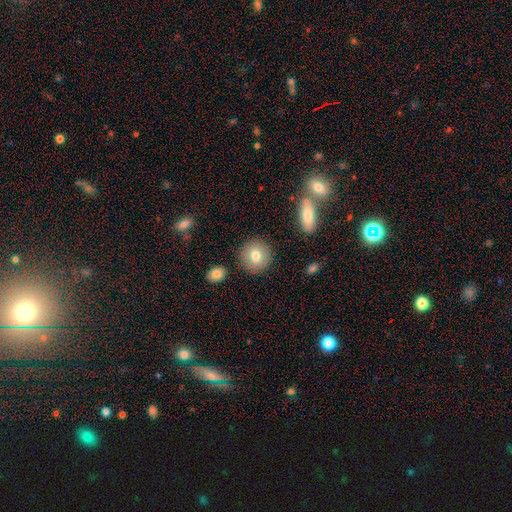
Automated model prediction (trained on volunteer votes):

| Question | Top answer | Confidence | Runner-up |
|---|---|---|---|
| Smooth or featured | smooth | 78% | featured or disk (14%) |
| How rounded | round | 91% | in between (8%) |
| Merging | none | 87% | minor disturbance (7%) |